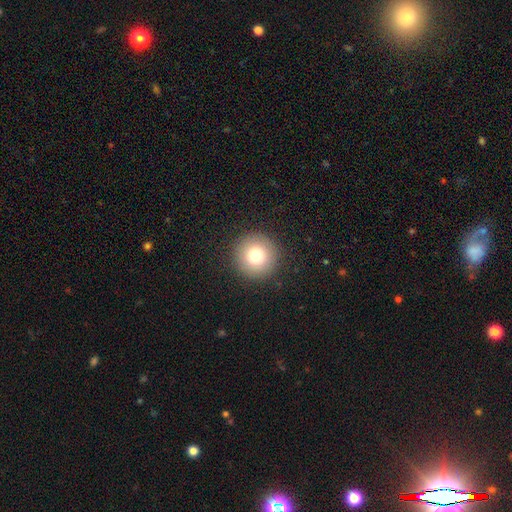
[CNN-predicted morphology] smooth_or_featured: smooth (p=0.77) [alt: star or artifact p=0.12]
how_rounded: round (p=0.97) [alt: in between p=0.03]
merging: none (p=0.92) [alt: minor disturbance p=0.05]